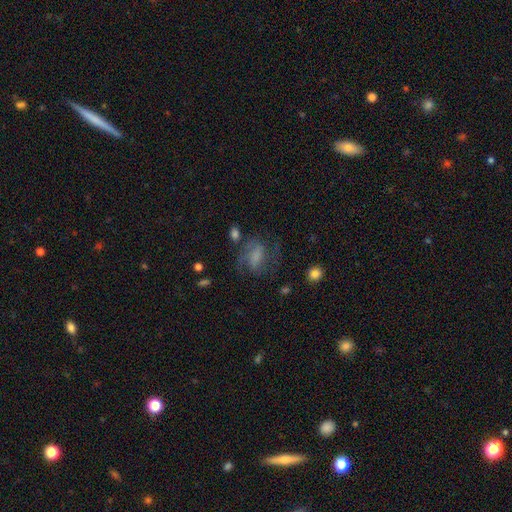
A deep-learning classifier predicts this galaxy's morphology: This is possibly a featured or disk galaxy (56%). It is clearly not viewed edge-on (97%). Bar: marginally weak (42%). Spiral arm pattern: clearly yes (84%). Central bulge: marginally none (38%). Merging: possibly none (51%).